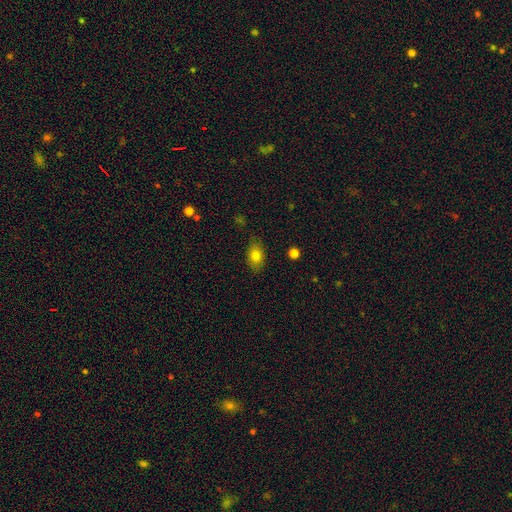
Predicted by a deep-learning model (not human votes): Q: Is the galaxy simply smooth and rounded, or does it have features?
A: smooth — 80%.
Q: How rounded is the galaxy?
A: in between — 79%.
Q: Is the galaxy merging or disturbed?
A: none — 79%.